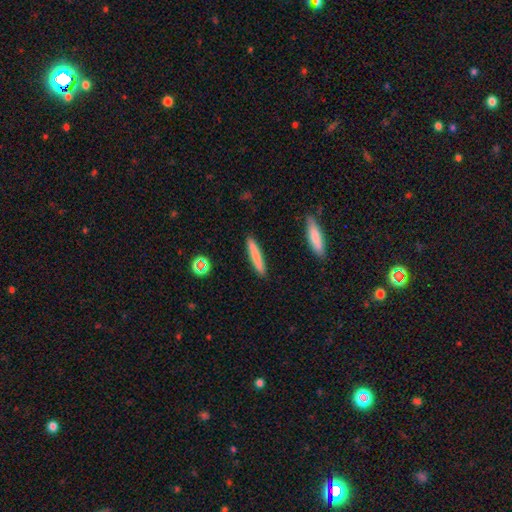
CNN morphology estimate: type=smooth (76%); roundness=cigar-shaped (94%); merging=none (91%).